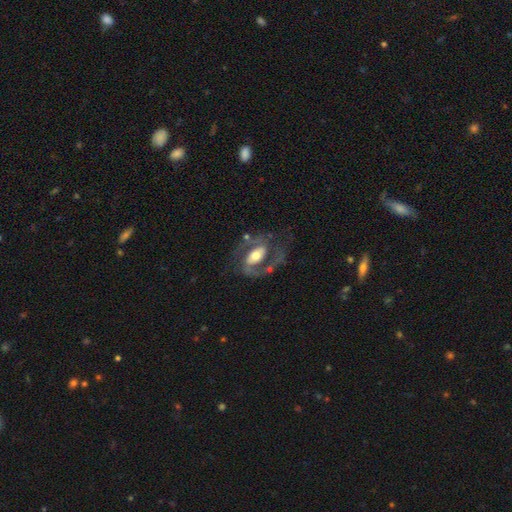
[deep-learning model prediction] A featured or disk galaxy (81%) with a strong bar (38%), 2 (84%) medium (53%) spiral arms (87%) and a moderate central bulge (63%). Merging: none (58%).